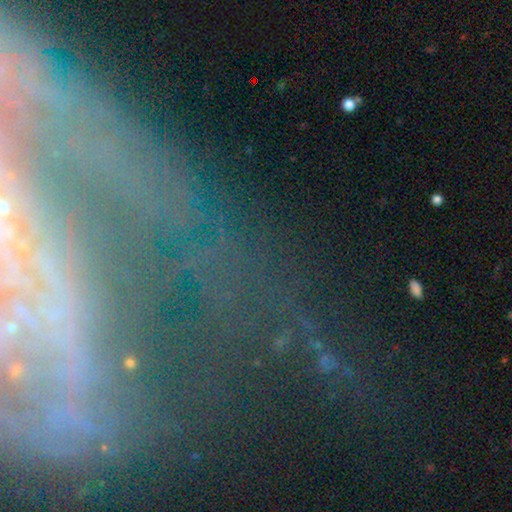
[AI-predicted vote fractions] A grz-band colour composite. It shows a featured or disk galaxy (57%). Merging: none (67%).